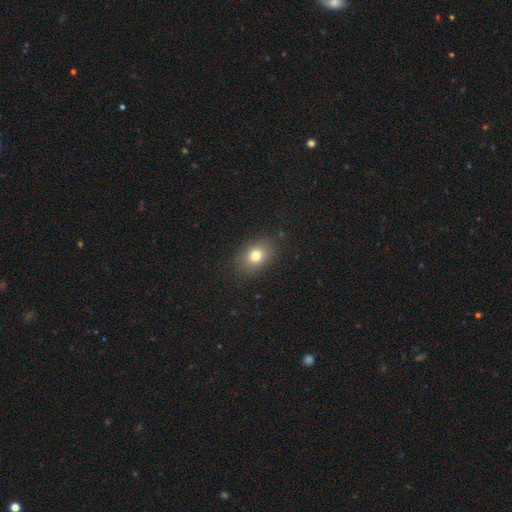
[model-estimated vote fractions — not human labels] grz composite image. It shows a smooth galaxy with no disk features (77%) that is in between round and cigar-shaped (65%). Merging: none (85%).